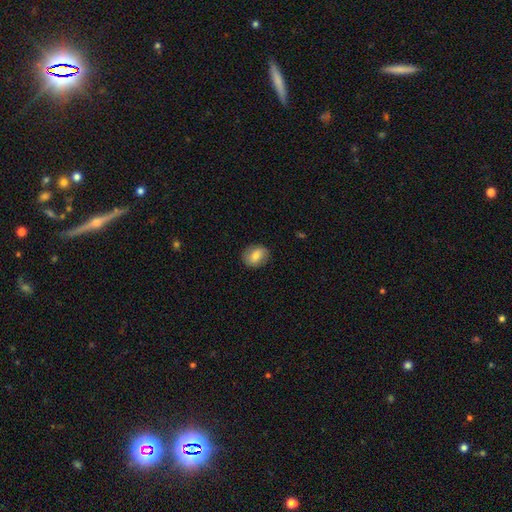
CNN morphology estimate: The model was most divided on "how rounded": round: 53%, in between: 46%, cigar-shaped: 1%. More confident: merging — none (85%); smooth or featured — smooth (76%).